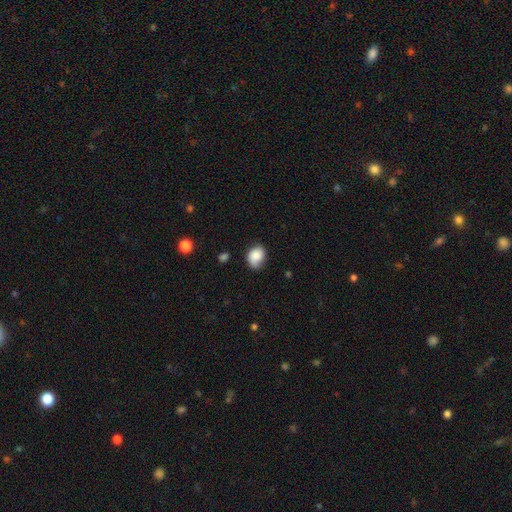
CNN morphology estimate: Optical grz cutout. It shows a smooth galaxy with no disk features (81%) that is in between round and cigar-shaped (55%). Merging: none (60%).